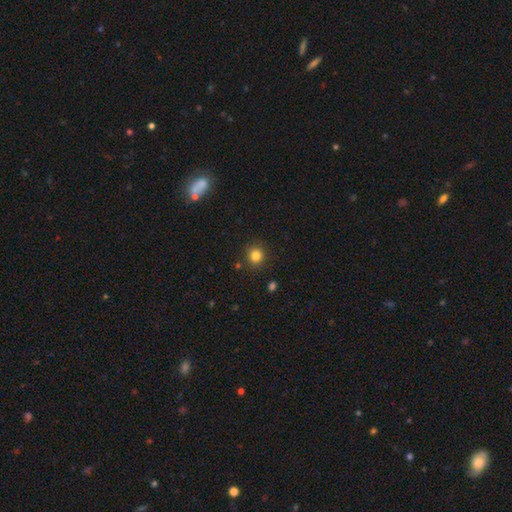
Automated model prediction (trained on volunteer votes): Smooth or featured? Predicted: smooth (p=0.82). How rounded? Predicted: round (p=0.91). Merging? Predicted: none (p=0.89).